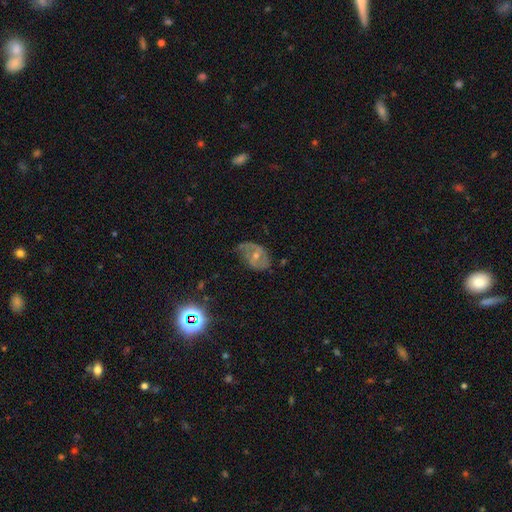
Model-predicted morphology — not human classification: Smooth or featured? featured or disk (62%)
Edge-on disk? no (96%)
Bar? no (49%)
Spiral arms? yes (65%)
Bulge size? moderate (53%)
Merging? none (41%)